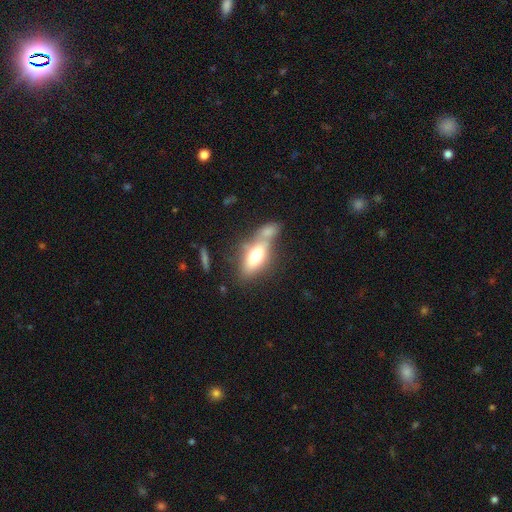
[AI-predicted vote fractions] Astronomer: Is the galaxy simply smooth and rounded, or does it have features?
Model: smooth — 66%.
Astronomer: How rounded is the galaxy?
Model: in between — 76%.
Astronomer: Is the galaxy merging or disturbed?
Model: merger — 45% (runner-up: none, 34%).